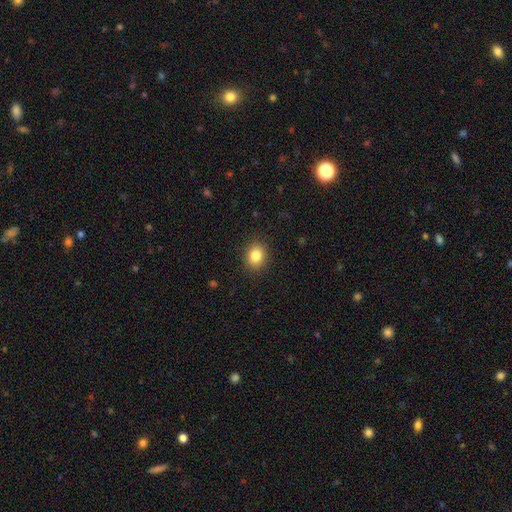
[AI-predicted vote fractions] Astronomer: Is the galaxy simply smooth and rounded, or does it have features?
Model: smooth — 84%.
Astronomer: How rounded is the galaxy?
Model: round — 60% (runner-up: in between, 39%).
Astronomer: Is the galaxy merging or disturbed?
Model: none — 89%.